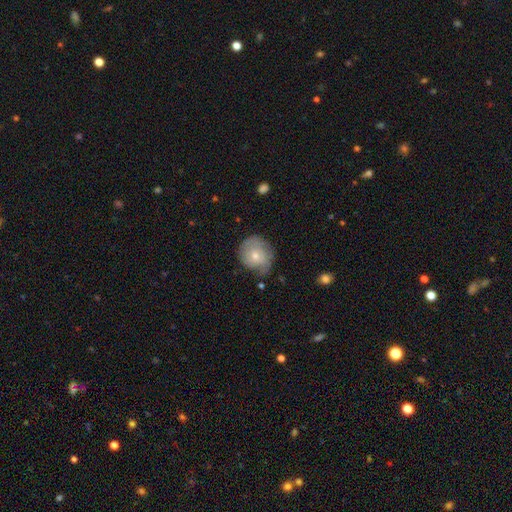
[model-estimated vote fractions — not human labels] Smooth or featured? smooth (61%)
How rounded? round (82%)
Merging? none (57%)